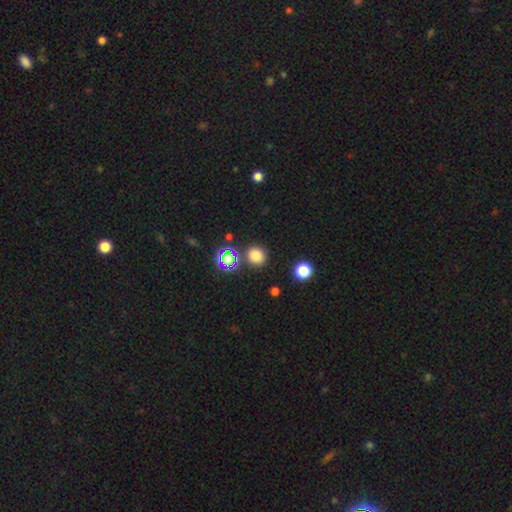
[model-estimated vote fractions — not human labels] Morphology: type=smooth (74%); roundness=round (90%); merging=none (85%).